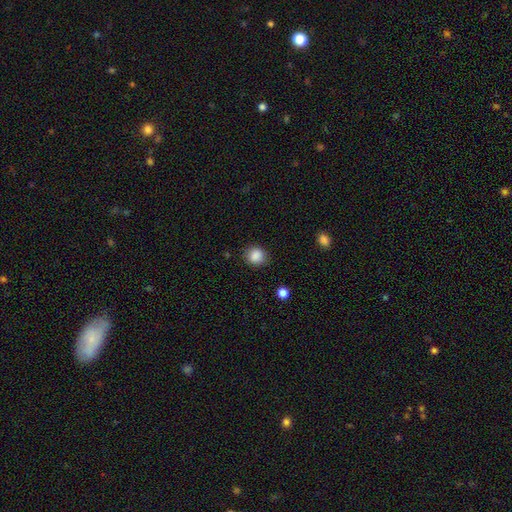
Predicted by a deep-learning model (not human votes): Morphology: type=smooth (88%); roundness=round (79%); merging=none (85%).